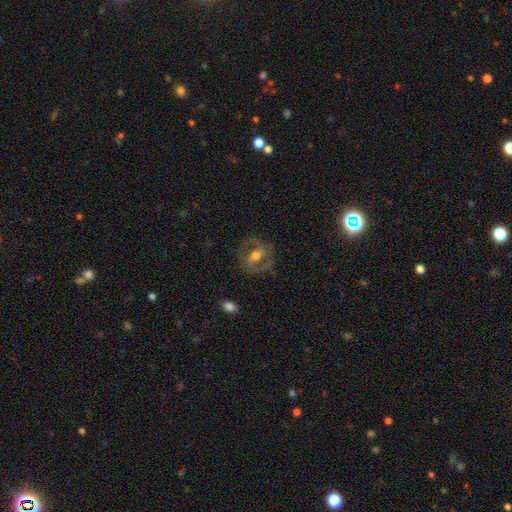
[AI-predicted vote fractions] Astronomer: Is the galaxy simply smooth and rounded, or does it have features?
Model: featured or disk — 73%.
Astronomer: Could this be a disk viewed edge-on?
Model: no — 95%.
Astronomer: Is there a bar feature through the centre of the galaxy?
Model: weak — 41% (runner-up: strong, 32%).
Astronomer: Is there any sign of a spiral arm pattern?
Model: yes — 78%.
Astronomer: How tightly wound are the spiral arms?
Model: medium — 51% (runner-up: tight, 32%).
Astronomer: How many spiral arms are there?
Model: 2 — 84%.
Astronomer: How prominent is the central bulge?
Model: moderate — 69%.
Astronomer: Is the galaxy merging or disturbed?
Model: none — 76%.